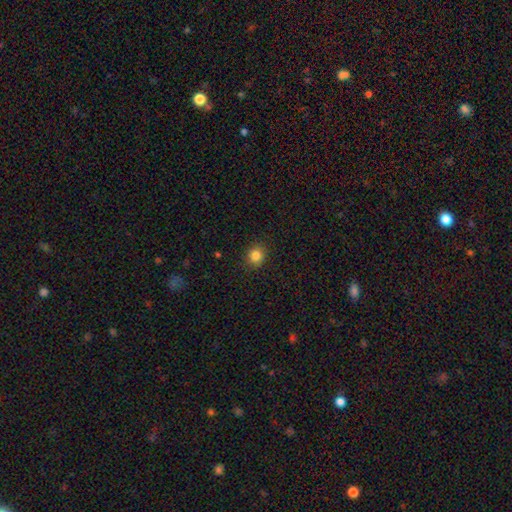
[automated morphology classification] smooth-or-featured: smooth: 83% | star or artifact: 12% | featured or disk: 5%
  how-rounded: round: 82% | in between: 17% | cigar-shaped: 1%
  merging: none: 90% | minor disturbance: 7% | major disturbance: 2% | merger: 1%